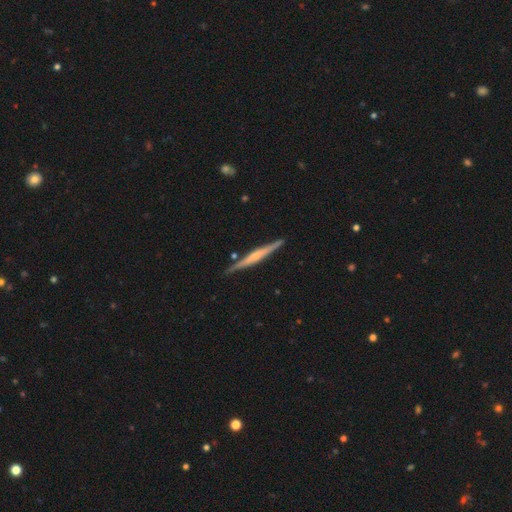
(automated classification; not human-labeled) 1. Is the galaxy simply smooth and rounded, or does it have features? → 67% featured or disk, 28% smooth, 5% star or artifact.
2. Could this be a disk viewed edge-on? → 98% yes, 2% no.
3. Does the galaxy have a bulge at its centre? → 47% rounded, 33% none, 20% boxy.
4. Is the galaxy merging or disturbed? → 88% none, 9% minor disturbance, 2% merger, 2% major disturbance.